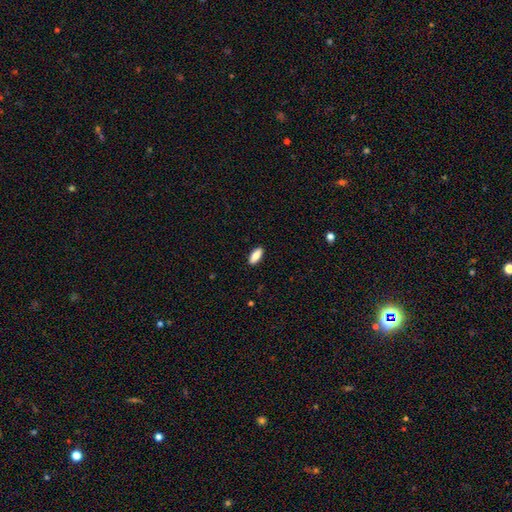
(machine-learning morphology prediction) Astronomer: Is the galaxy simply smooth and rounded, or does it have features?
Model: smooth — 86%.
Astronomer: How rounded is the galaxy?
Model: in between — 80%.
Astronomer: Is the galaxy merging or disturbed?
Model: none — 90%.